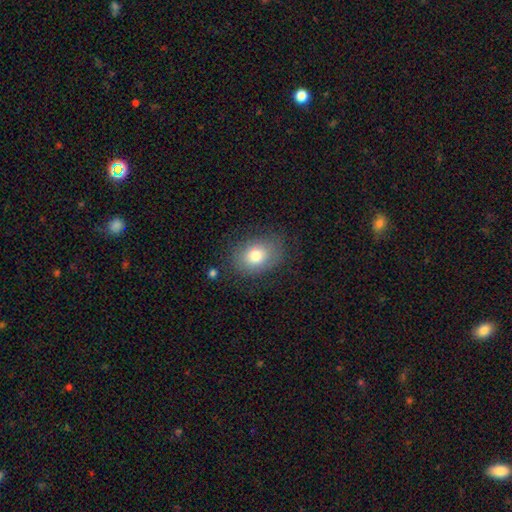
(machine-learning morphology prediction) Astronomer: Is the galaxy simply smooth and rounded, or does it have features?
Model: smooth — 77%.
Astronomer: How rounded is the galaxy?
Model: in between — 71%.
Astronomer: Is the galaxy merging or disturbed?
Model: none — 76%.